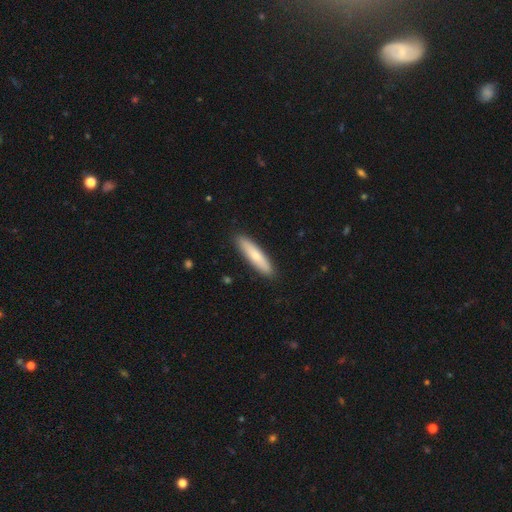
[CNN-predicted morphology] Overall: smooth (68%). How rounded: cigar-shaped (81%). Merging: none (90%).